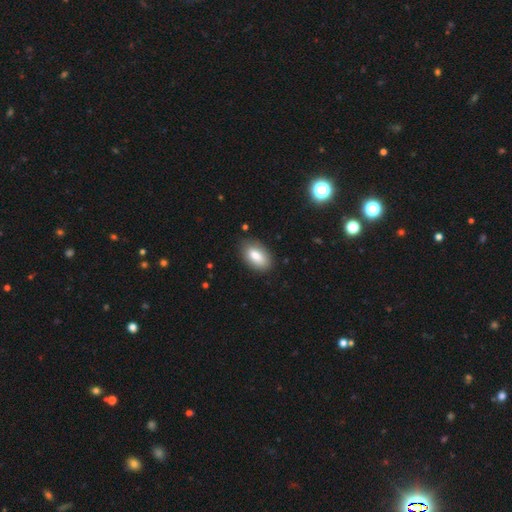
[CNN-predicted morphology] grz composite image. It shows a smooth galaxy with no disk features (82%) that is in between round and cigar-shaped (92%). Merging: none (83%).